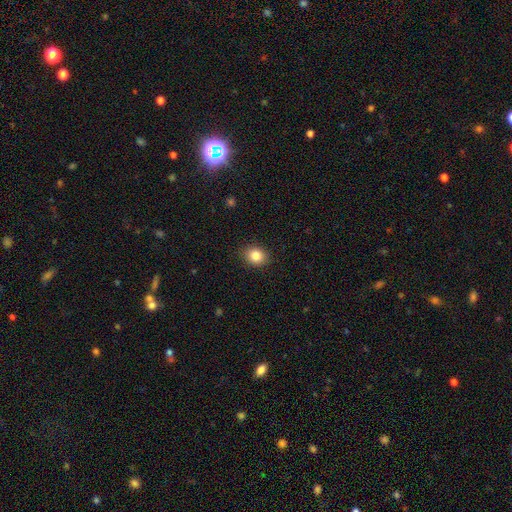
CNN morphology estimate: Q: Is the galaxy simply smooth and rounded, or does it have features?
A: smooth — 84%.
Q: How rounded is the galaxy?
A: round — 65%.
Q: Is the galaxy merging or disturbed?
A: none — 90%.